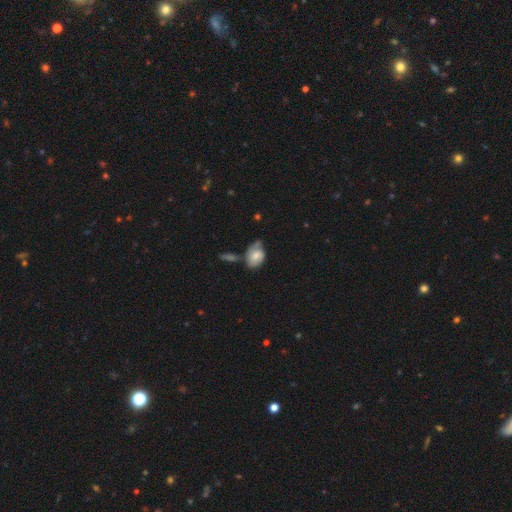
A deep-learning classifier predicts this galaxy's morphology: A smooth galaxy with no disk features (55%) that is in between round and cigar-shaped (73%). Merging: none (41%).